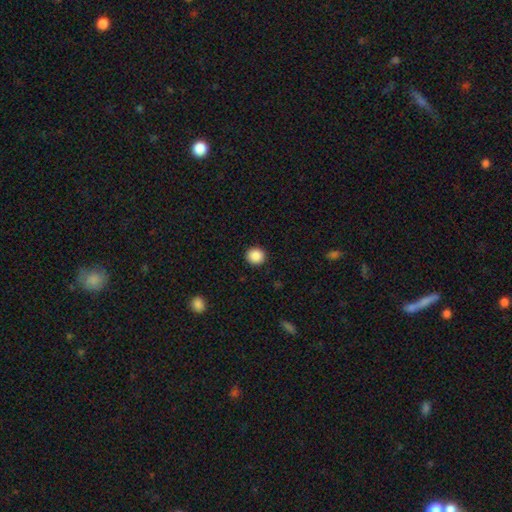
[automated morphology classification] Q: Smooth or featured?
A: smooth (88%); runner-up: star or artifact (9%)
Q: How rounded?
A: round (90%); runner-up: in between (9%)
Q: Merging?
A: none (92%); runner-up: minor disturbance (5%)